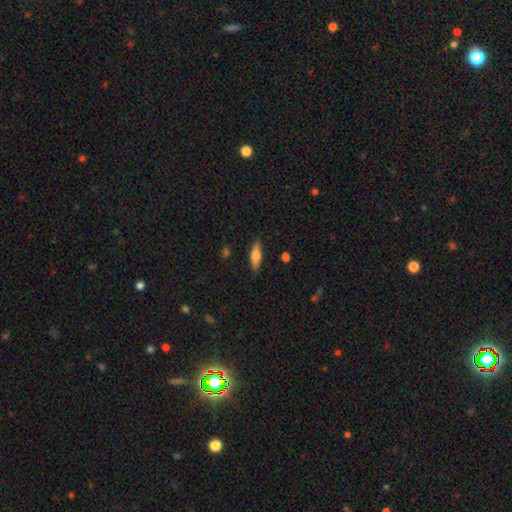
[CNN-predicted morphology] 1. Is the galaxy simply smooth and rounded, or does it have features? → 57% smooth, 36% featured or disk, 7% star or artifact.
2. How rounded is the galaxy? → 49% cigar-shaped (tied), 49% in between (tied), 3% round.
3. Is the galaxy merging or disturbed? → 86% none, 10% minor disturbance, 2% major disturbance, 1% merger.